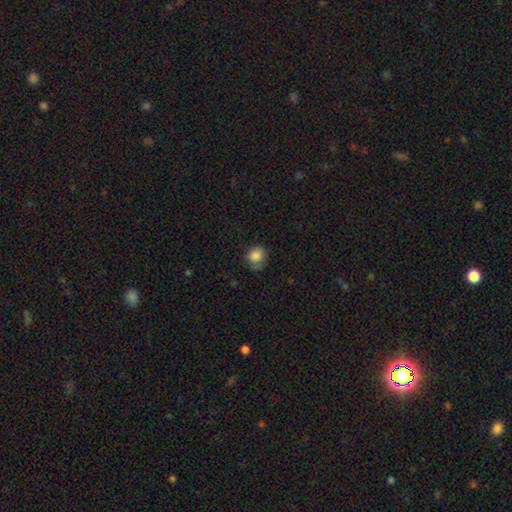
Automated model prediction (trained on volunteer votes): smooth 84%, star or artifact 10%, featured or disk 6%. Down the decision tree: how rounded — round (74%); merging — none (65%).